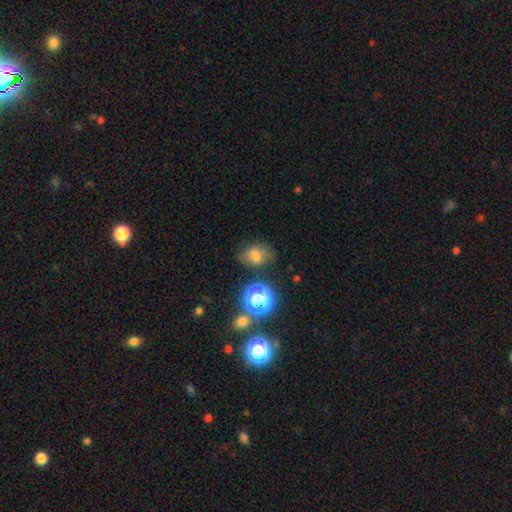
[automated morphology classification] Q: Smooth or featured?
A: smooth (68%); runner-up: star or artifact (20%)
Q: How rounded?
A: in between (60%); runner-up: round (39%)
Q: Merging?
A: none (72%); runner-up: minor disturbance (18%)